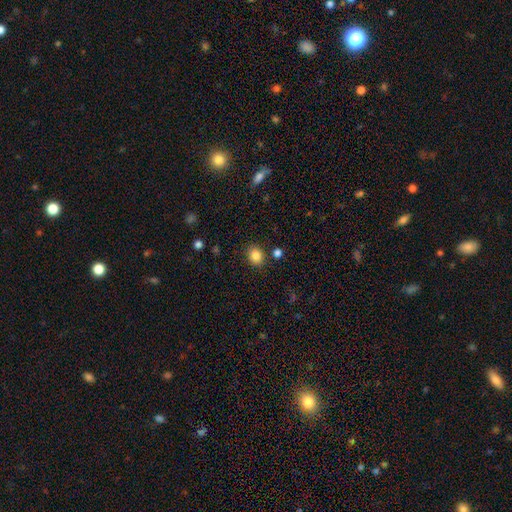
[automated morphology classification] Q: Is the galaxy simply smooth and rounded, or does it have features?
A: smooth — 85%.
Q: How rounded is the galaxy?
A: round — 53%.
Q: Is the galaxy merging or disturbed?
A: none — 84%.